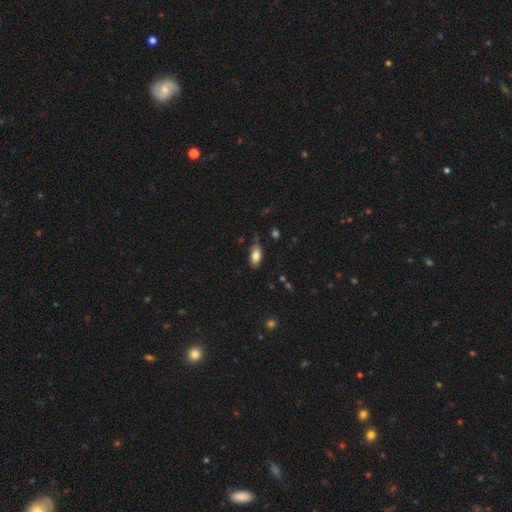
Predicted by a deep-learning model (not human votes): smooth 80%, featured or disk 13%, star or artifact 7%. Down the decision tree: how rounded — in between (91%); merging — none (73%).